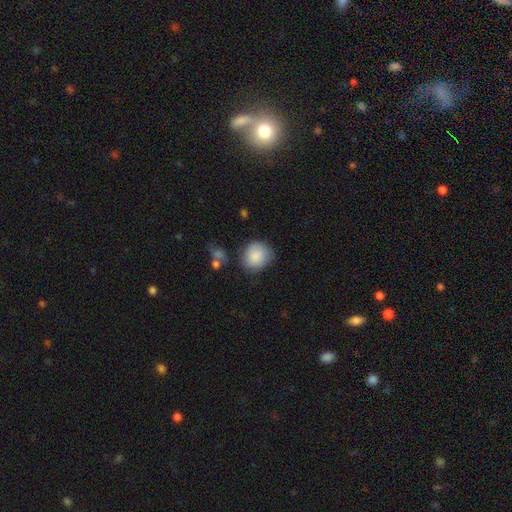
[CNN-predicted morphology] This is clearly a smooth galaxy (86%). How rounded: clearly round (80%). Merging: likely none (70%).